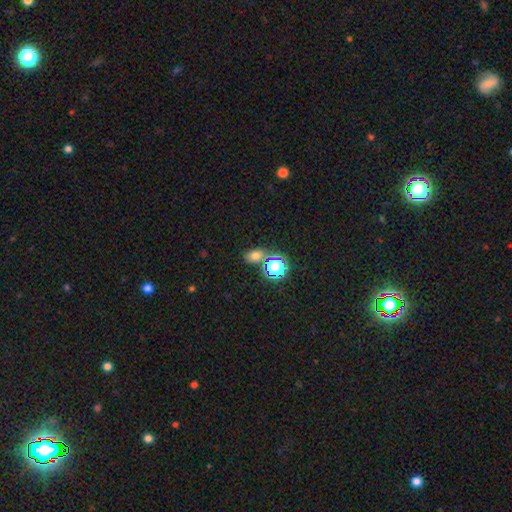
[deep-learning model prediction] This appears to be a smooth galaxy with no disk features (65%) that is in between round and cigar-shaped (67%). Merging: none (73%).